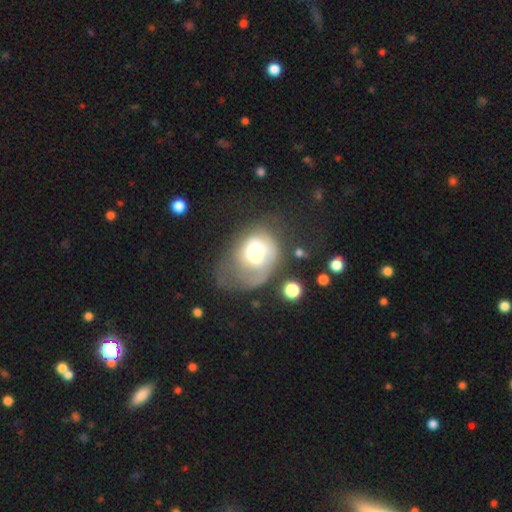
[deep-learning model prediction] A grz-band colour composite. It shows a smooth galaxy with no disk features (50%). Merging: major disturbance (48%).